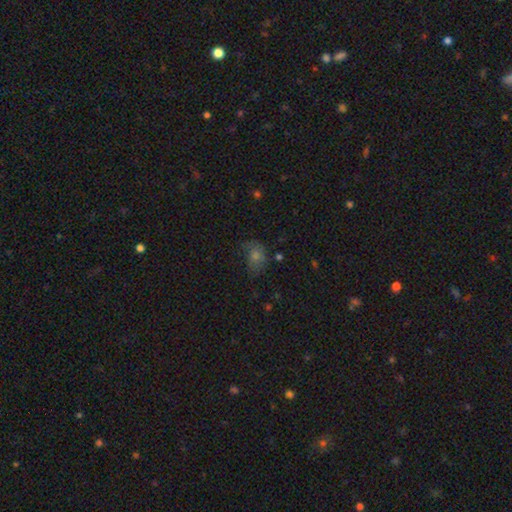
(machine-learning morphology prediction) A smooth galaxy with no disk features (53%) that is in between round and cigar-shaped (56%). Merging: none (51%).